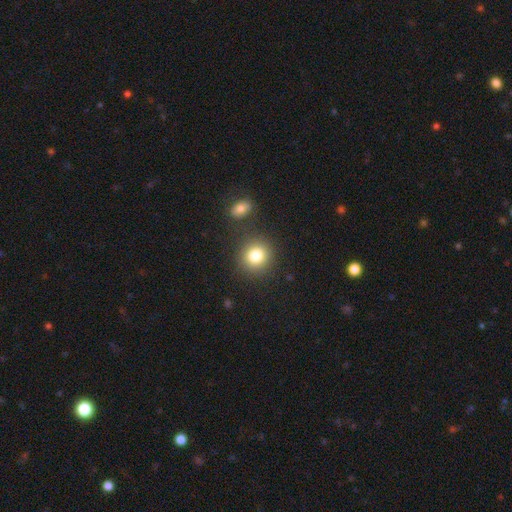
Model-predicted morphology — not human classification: This appears to be a smooth galaxy with no disk features (81%) that is round (86%). Merging: none (84%).